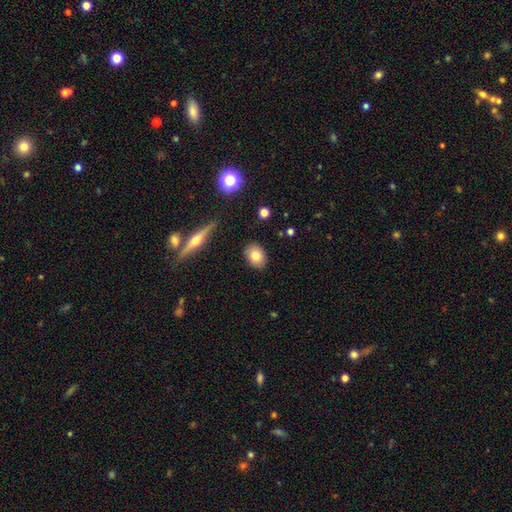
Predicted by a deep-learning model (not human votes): The model was most divided on "how rounded": in between: 67%, round: 31%, cigar-shaped: 2%. More confident: merging — none (88%); smooth or featured — smooth (78%).